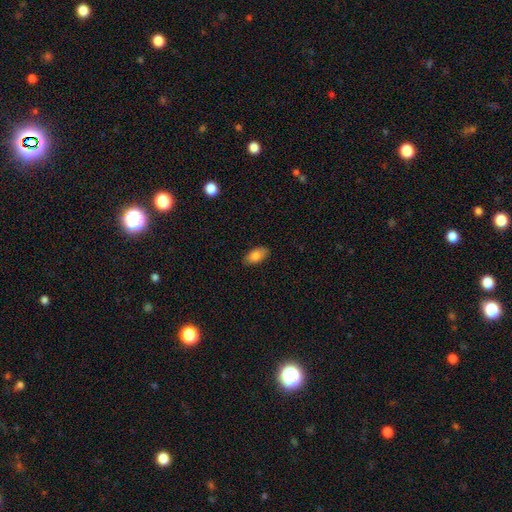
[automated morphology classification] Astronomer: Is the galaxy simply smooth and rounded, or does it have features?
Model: smooth — 81%.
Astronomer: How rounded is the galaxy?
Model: in between — 92%.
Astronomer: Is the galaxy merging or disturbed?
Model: none — 87%.